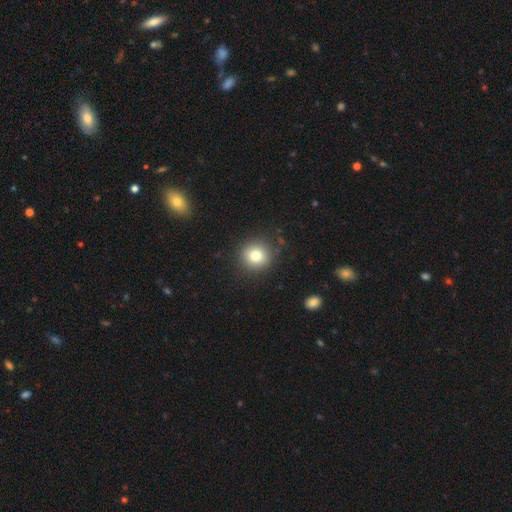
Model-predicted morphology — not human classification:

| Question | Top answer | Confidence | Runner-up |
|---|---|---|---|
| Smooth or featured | smooth | 79% | star or artifact (12%) |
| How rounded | round | 90% | in between (9%) |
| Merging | none | 88% | minor disturbance (8%) |